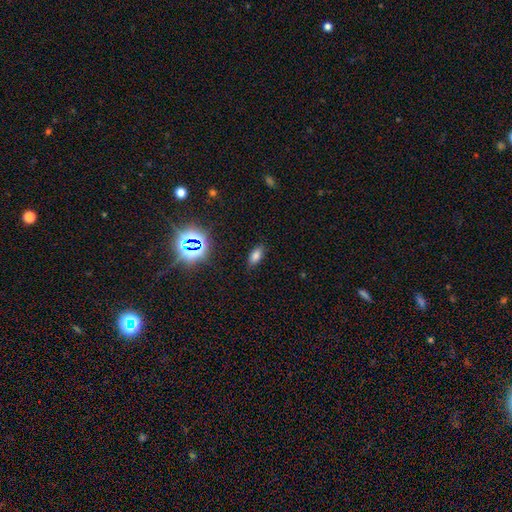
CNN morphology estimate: smooth_or_featured: smooth (p=0.74) [alt: star or artifact p=0.18]
how_rounded: in between (p=0.87) [alt: cigar-shaped p=0.09]
merging: none (p=0.85) [alt: minor disturbance p=0.11]